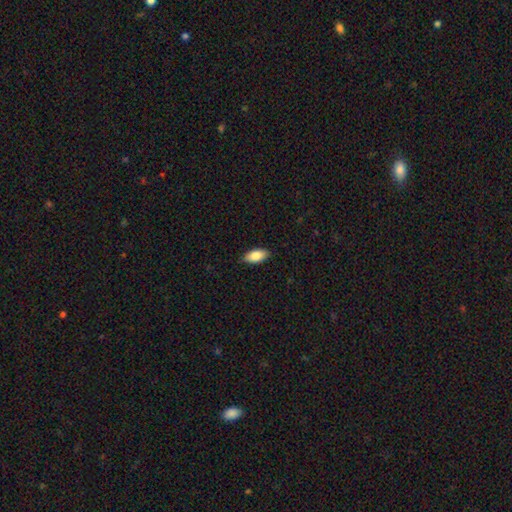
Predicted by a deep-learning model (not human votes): Smooth or featured? smooth (84%)
How rounded? in between (91%)
Merging? none (86%)